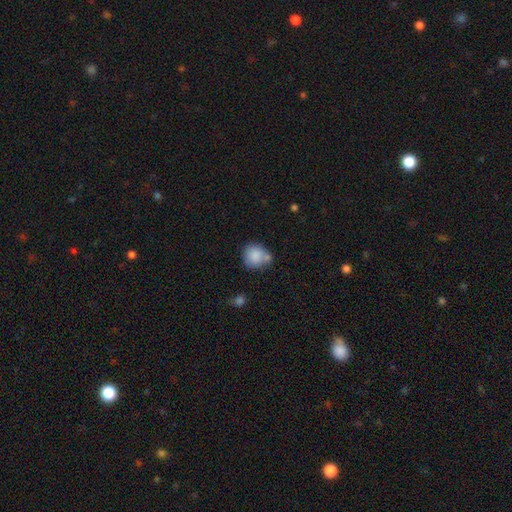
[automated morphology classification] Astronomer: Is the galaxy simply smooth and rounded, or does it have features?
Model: smooth — 83%.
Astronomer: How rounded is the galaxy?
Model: round — 82%.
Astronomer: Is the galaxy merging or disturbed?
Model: none — 51%.